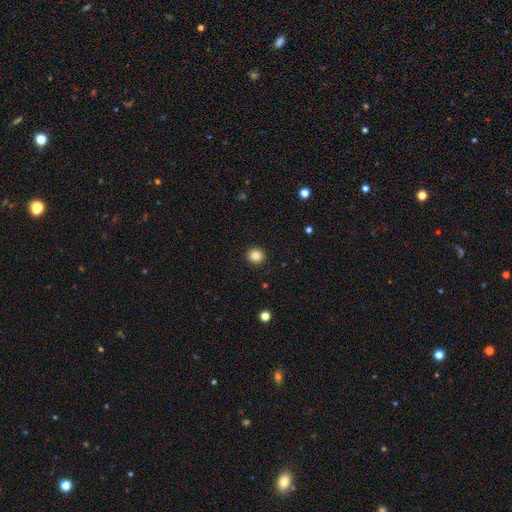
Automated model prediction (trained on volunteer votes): Smooth or featured?
  - smooth: 85% *
  - star or artifact: 10%
  - featured or disk: 4%
How rounded?
  - round: 93% *
  - in between: 6%
  - cigar-shaped: 1%
Merging?
  - none: 92% *
  - minor disturbance: 5%
  - major disturbance: 2%
  - merger: 1%